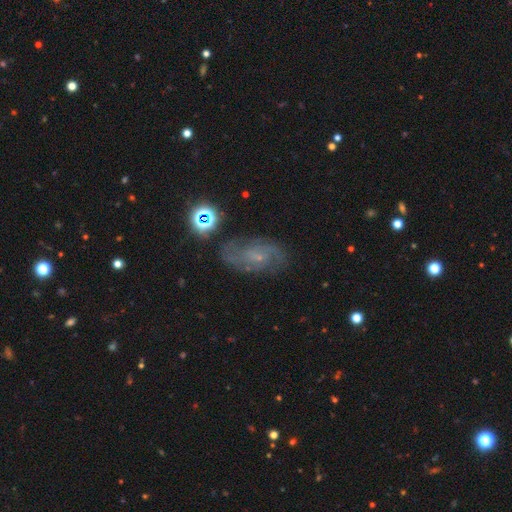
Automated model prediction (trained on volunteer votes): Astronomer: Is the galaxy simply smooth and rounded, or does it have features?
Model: featured or disk — 67%.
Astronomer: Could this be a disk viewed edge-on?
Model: no — 95%.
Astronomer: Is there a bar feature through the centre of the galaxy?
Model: no — 51% (runner-up: weak, 41%).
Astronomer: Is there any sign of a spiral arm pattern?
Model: yes — 89%.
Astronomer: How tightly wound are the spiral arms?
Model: medium — 45% (runner-up: tight, 31%).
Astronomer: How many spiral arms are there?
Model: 2 — 59%.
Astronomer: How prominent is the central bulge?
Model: small — 73%.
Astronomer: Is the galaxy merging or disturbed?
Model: none — 73%.